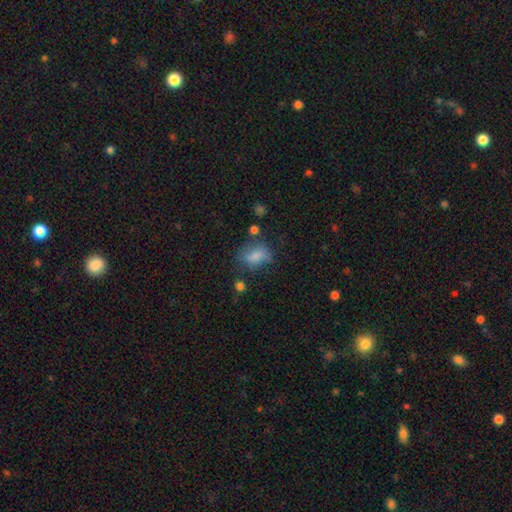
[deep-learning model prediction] Q: Smooth or featured?
A: smooth (76%); runner-up: featured or disk (13%)
Q: How rounded?
A: in between (72%); runner-up: round (26%)
Q: Merging?
A: none (50%); runner-up: minor disturbance (27%)